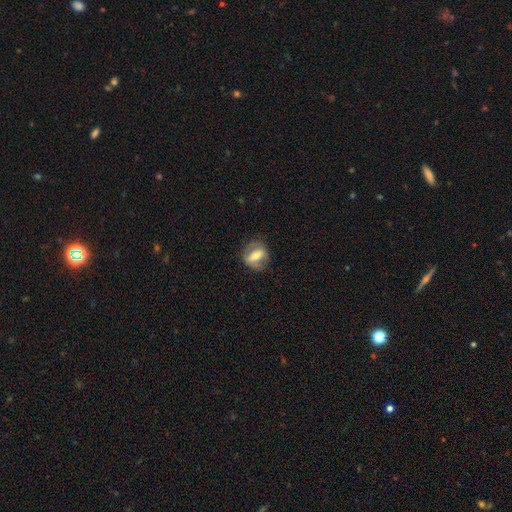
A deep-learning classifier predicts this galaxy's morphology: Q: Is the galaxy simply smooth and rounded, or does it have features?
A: featured or disk — 48%.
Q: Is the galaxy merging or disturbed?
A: none — 76%.